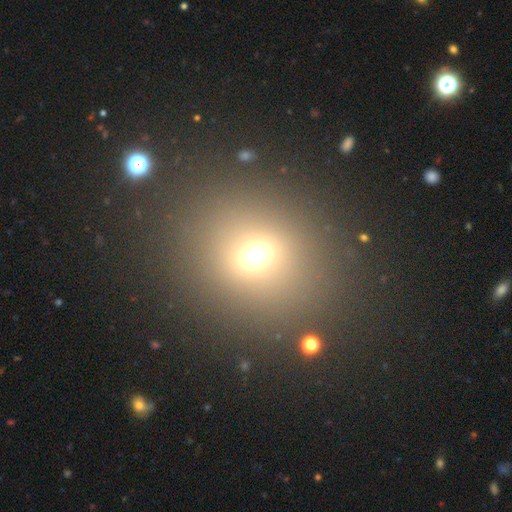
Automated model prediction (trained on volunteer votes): Smooth or featured: smooth — 63% (star or artifact — 25%)
How rounded: round — 74% (in between — 25%)
Merging: none — 84% (minor disturbance — 8%)